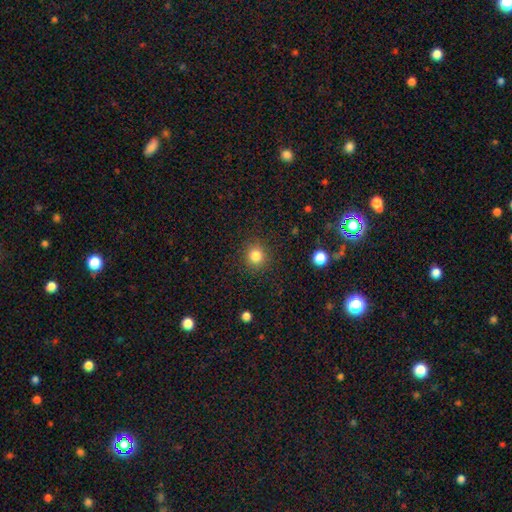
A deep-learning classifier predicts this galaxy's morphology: type=smooth (84%); roundness=round (90%); merging=none (90%).